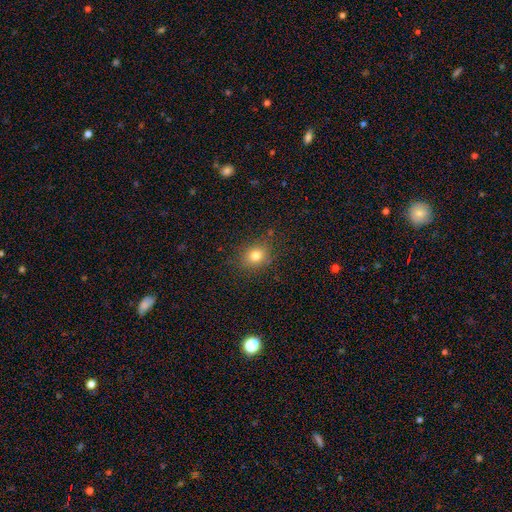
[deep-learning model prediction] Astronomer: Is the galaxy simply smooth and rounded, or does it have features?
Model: smooth — 78%.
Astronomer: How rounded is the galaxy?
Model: round — 61% (runner-up: in between, 38%).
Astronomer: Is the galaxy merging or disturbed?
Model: none — 82%.